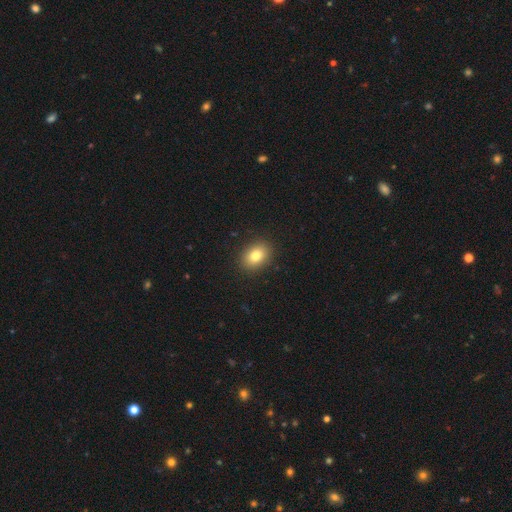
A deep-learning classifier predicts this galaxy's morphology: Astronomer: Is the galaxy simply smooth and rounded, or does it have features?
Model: smooth — 82%.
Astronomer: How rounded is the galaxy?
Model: in between — 70%.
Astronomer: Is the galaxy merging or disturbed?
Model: none — 89%.